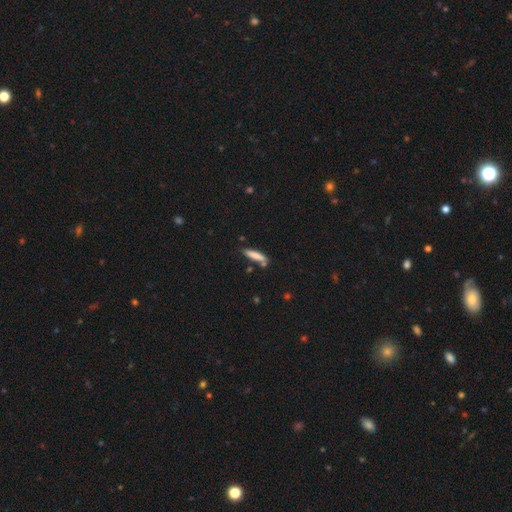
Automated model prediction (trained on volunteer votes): Morphology: type=smooth (79%); roundness=cigar-shaped (83%); merging=none (71%).